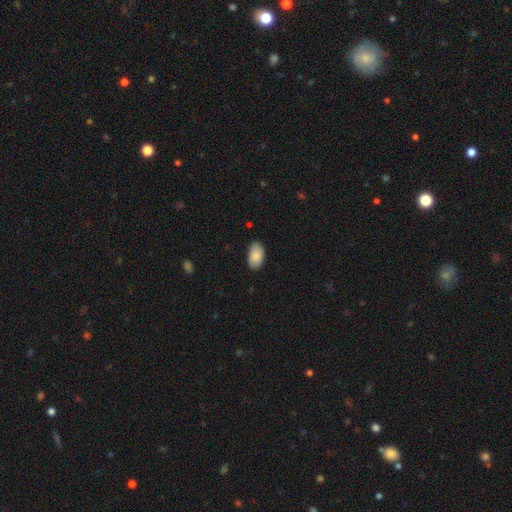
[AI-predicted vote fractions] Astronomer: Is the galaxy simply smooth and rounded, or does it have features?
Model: smooth — 88%.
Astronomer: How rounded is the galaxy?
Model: in between — 95%.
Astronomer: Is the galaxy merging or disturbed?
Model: none — 82%.